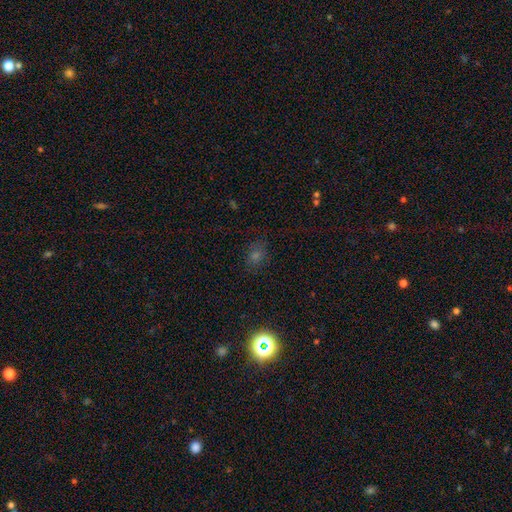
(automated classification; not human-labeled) Smooth or featured? Predicted: smooth (p=0.48). Merging? Predicted: none (p=0.82).